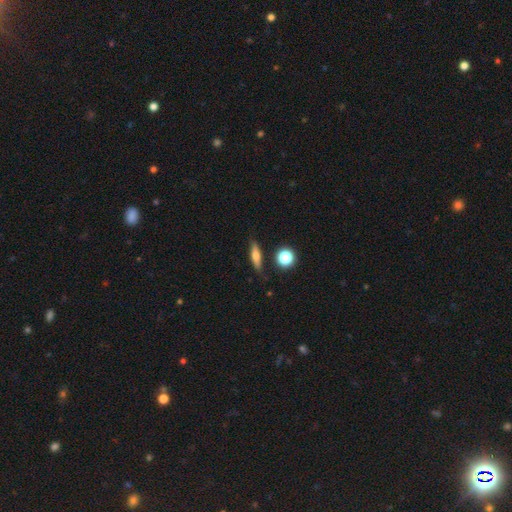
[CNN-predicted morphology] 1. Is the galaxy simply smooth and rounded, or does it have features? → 57% smooth, 33% featured or disk, 10% star or artifact.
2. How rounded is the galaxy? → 64% cigar-shaped, 28% in between, 8% round.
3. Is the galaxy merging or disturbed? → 83% none, 11% minor disturbance, 3% merger, 3% major disturbance.